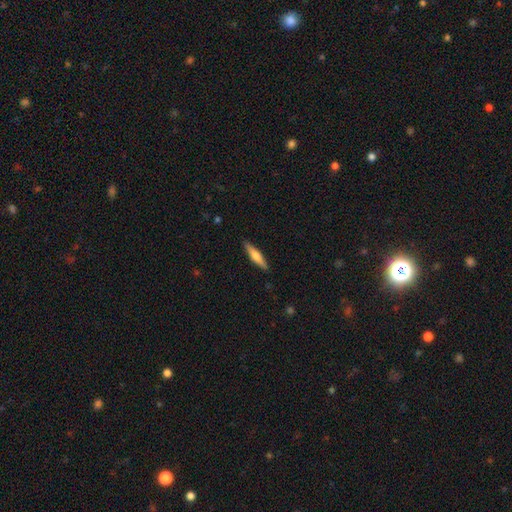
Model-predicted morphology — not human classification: type=smooth (50%); merging=none (90%).